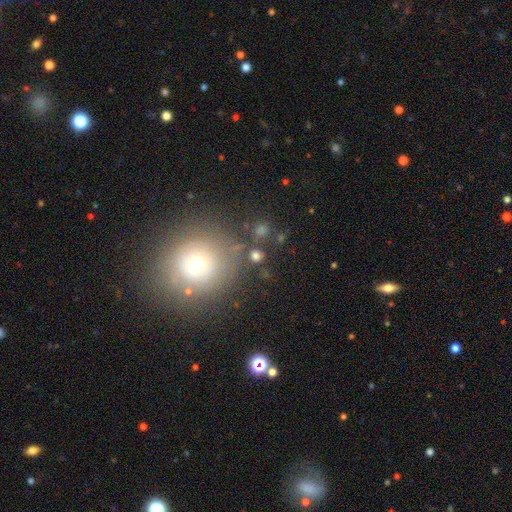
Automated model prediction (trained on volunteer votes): This is likely a smooth galaxy (69%). How rounded: clearly round (88%). Merging: likely none (79%).